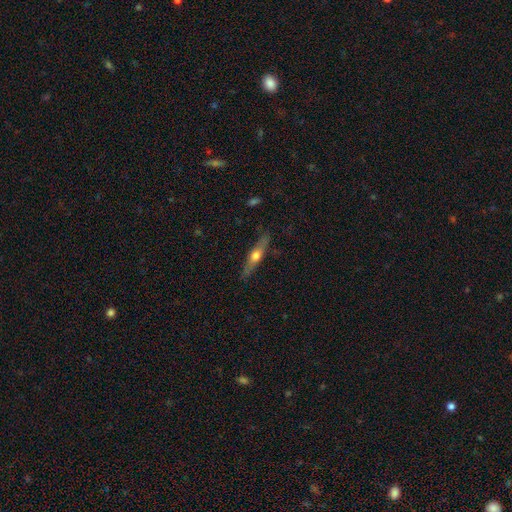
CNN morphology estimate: This is possibly a featured or disk galaxy (58%). It is clearly viewed edge-on (93%). Edge-on bulge: clearly rounded (93%). Merging: clearly none (86%).